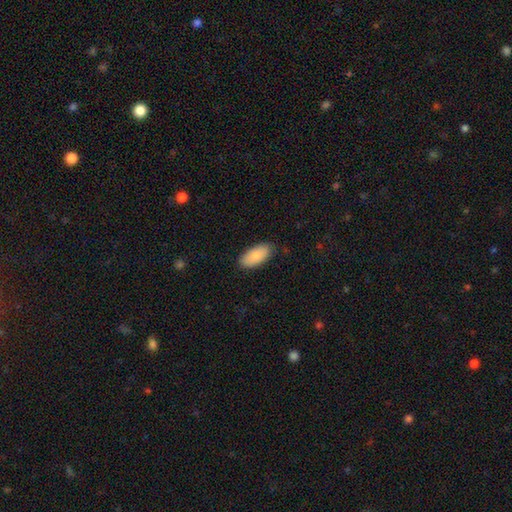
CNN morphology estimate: smooth_or_featured: smooth (p=0.86) [alt: featured or disk p=0.08]
how_rounded: in between (p=0.92) [alt: cigar-shaped p=0.06]
merging: none (p=0.84) [alt: minor disturbance p=0.13]